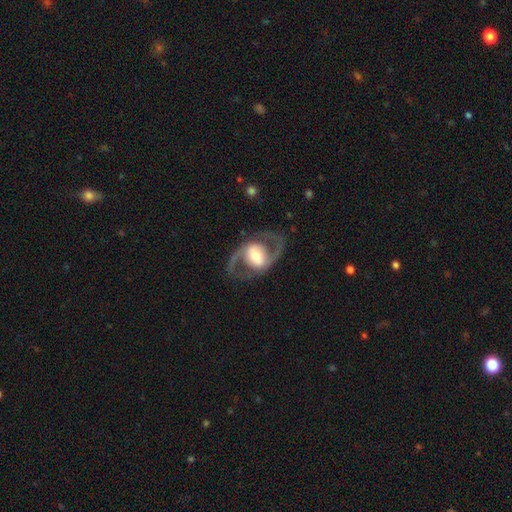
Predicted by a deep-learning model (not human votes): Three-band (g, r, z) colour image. It shows a featured or disk galaxy (84%) with a weak bar (38%), 2 (92%) medium (55%) spiral arms (88%) and a moderate central bulge (54%). Merging: none (78%).